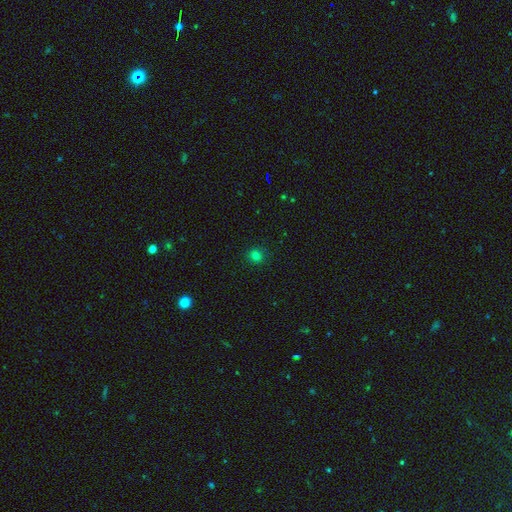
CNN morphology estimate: smooth_or_featured: smooth (p=0.77) [alt: star or artifact p=0.17]
how_rounded: round (p=0.91) [alt: in between p=0.08]
merging: none (p=0.91) [alt: minor disturbance p=0.06]